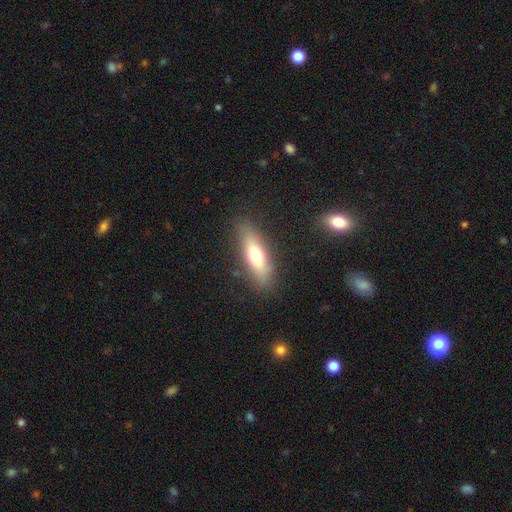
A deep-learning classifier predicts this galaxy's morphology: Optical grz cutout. It shows a smooth galaxy with no disk features (65%) that is in between round and cigar-shaped (49%). Merging: none (83%).